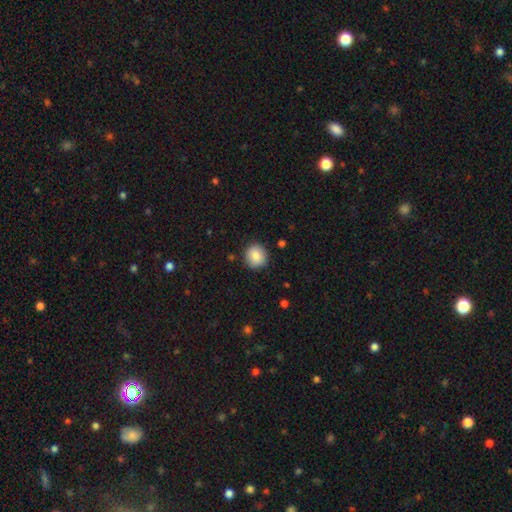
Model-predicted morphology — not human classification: smooth_or_featured: smooth (p=0.86) [alt: star or artifact p=0.08]
how_rounded: round (p=0.92) [alt: in between p=0.08]
merging: none (p=0.89) [alt: minor disturbance p=0.07]